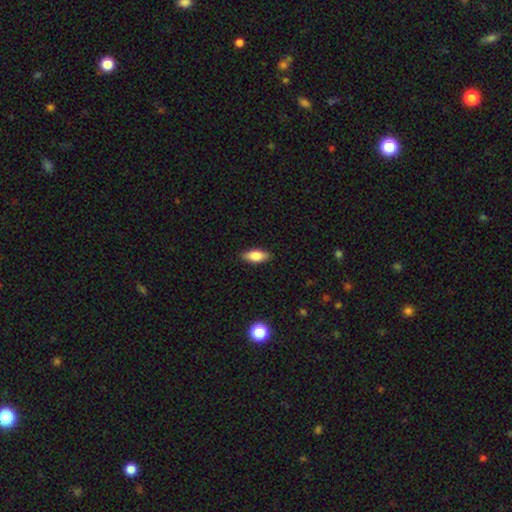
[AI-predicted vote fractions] Morphology: type=smooth (80%); roundness=in between (82%); merging=none (87%).